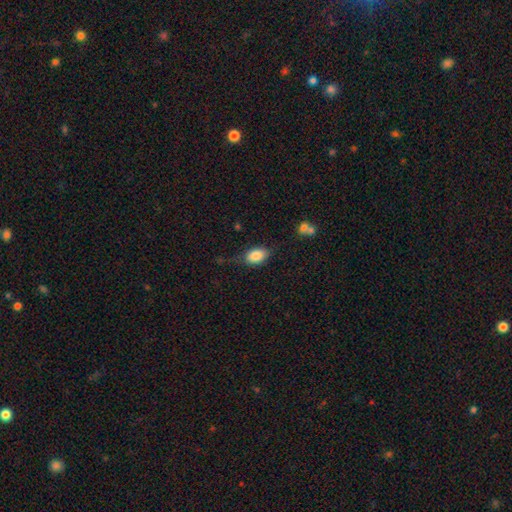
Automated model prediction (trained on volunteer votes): This appears to be a smooth galaxy with no disk features (85%) that is in between round and cigar-shaped (87%). Merging: none (69%).